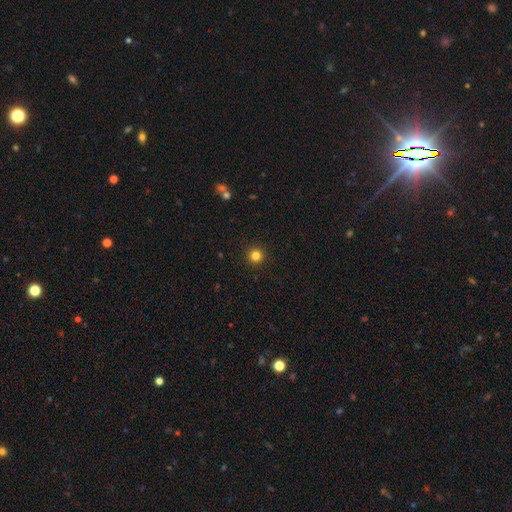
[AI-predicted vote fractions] smooth_or_featured: smooth (p=0.82) [alt: star or artifact p=0.13]
how_rounded: round (p=0.96) [alt: in between p=0.03]
merging: none (p=0.93) [alt: minor disturbance p=0.04]